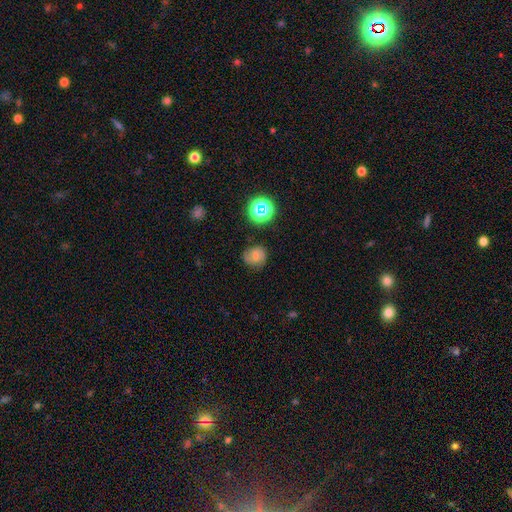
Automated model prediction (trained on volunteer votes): smooth_or_featured: smooth (p=0.47) [alt: featured or disk p=0.38]
merging: none (p=0.75) [alt: minor disturbance p=0.17]